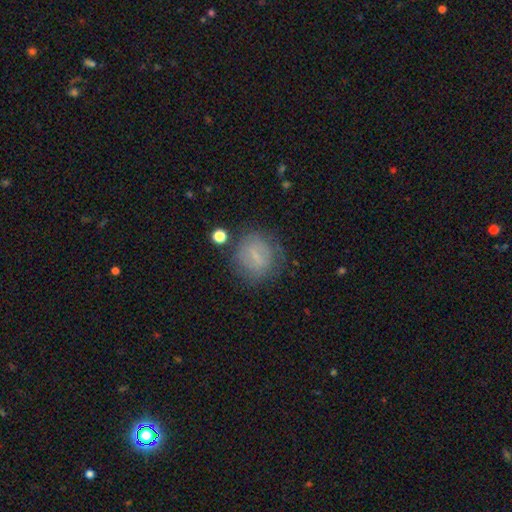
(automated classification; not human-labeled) This is possibly a smooth galaxy (57%). How rounded: likely round (75%). Merging: likely none (71%).